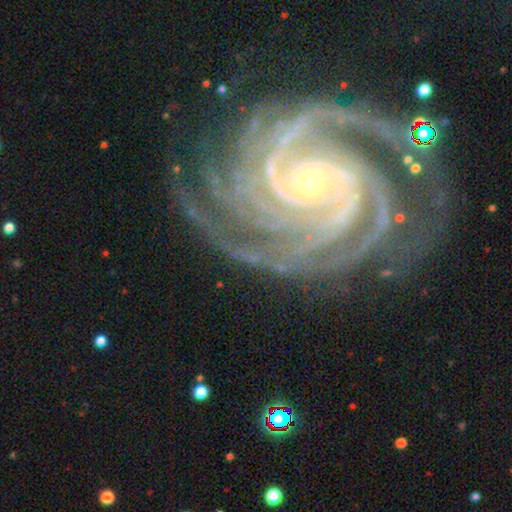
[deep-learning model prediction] This appears to be a featured or disk galaxy (93%) with no bar (61%), 4 (31%) tight (78%) spiral arms (99%) and a small central bulge (83%). Merging: none (76%).